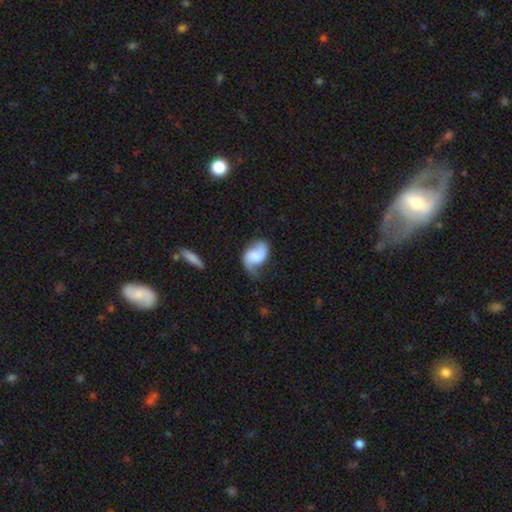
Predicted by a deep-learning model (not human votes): Overall: featured or disk (56%; smooth 36%). Edge-on disk: no (97%). Bar: no (54%; weak 35%). Spiral arms: yes (90%). Bulge size: none (42%; large 18%). Merging: none (46%; minor disturbance 32%).